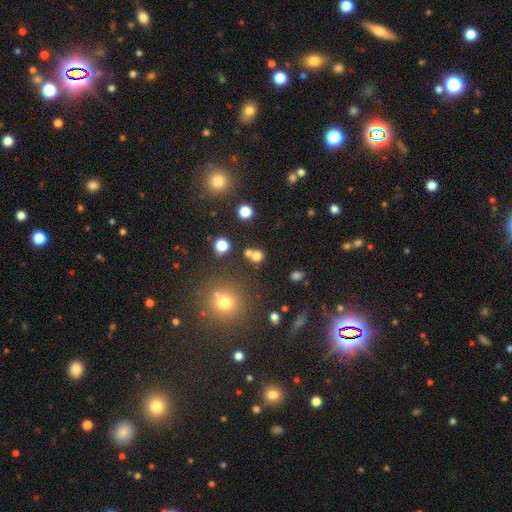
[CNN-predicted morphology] smooth 71%, star or artifact 20%, featured or disk 9%. Down the decision tree: how rounded — round (80%); merging — none (54%).